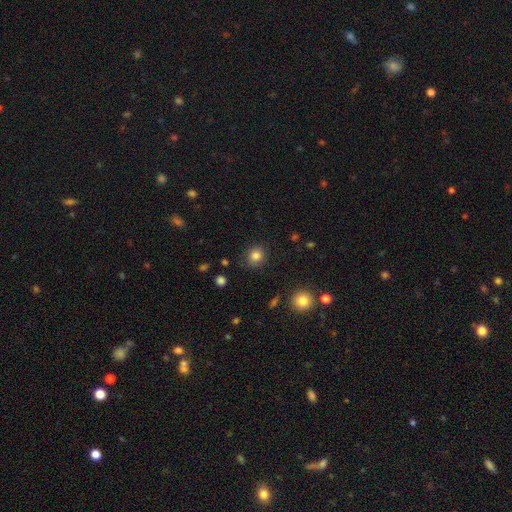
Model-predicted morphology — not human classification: smooth-or-featured: smooth: 84% | star or artifact: 11% | featured or disk: 5%
  how-rounded: round: 83% | in between: 16% | cigar-shaped: 1%
  merging: none: 85% | minor disturbance: 10% | major disturbance: 3% | merger: 2%